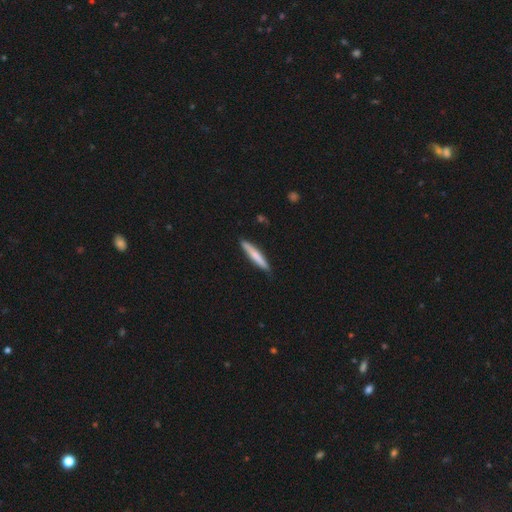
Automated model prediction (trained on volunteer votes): The model was most divided on "smooth or featured": smooth: 68%, featured or disk: 27%, star or artifact: 5%. More confident: how rounded — cigar-shaped (93%); merging — none (87%).